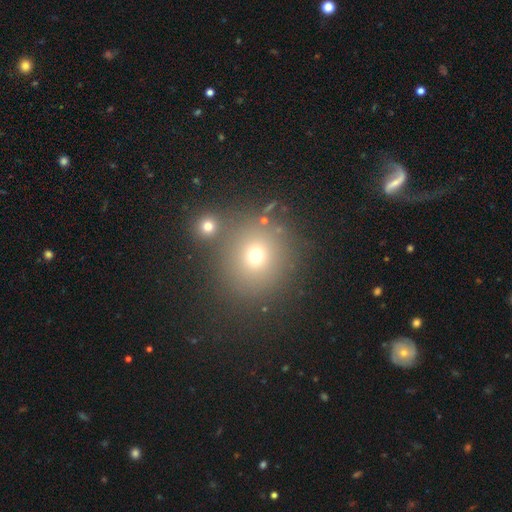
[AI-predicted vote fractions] This is likely a smooth galaxy (67%). How rounded: clearly round (89%). Merging: likely none (74%).